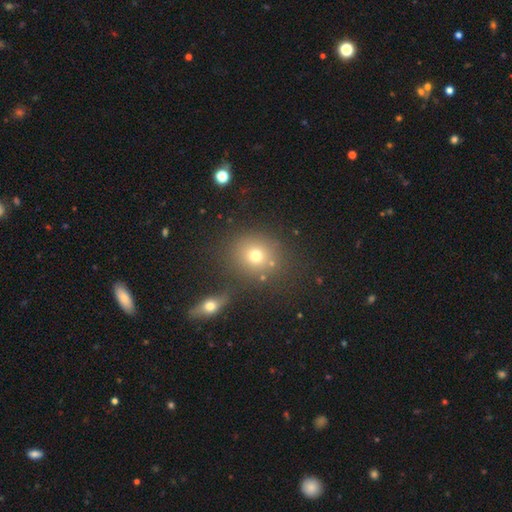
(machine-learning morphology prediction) Overall: smooth (72%). How rounded: round (81%). Merging: none (73%).